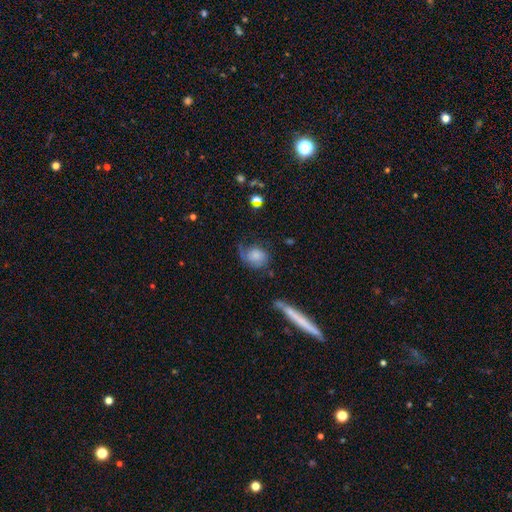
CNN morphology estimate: Smooth or featured: smooth — 54% (featured or disk — 37%)
How rounded: round — 52% (in between — 46%)
Merging: none — 40% (major disturbance — 29%)